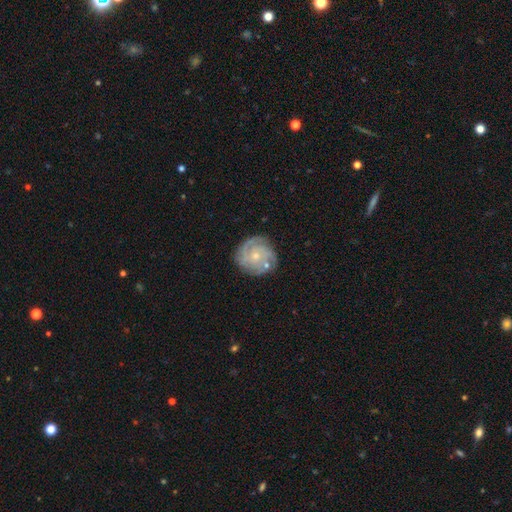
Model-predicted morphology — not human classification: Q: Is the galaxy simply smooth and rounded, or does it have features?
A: featured or disk — 76%.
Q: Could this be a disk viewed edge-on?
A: no — 98%.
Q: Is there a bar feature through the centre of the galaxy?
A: no — 79%.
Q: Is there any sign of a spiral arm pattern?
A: yes — 92%.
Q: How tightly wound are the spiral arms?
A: tight — 68%.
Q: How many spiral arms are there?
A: can't tell — 30%.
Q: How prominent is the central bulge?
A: small — 68%.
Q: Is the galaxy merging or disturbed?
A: none — 74%.